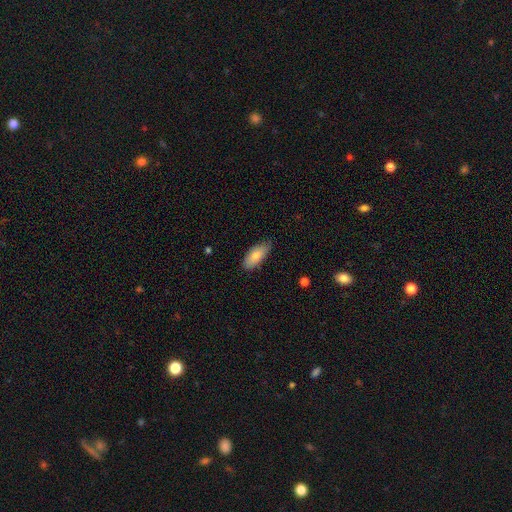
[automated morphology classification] Q: Smooth or featured?
A: smooth (80%); runner-up: featured or disk (14%)
Q: How rounded?
A: in between (84%); runner-up: cigar-shaped (14%)
Q: Merging?
A: none (76%); runner-up: minor disturbance (21%)